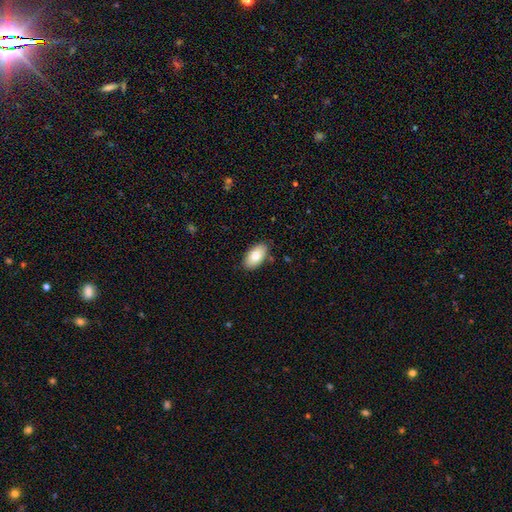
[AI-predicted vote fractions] smooth_or_featured: smooth (p=0.79) [alt: featured or disk p=0.15]
how_rounded: in between (p=0.94) [alt: round p=0.04]
merging: none (p=0.85) [alt: minor disturbance p=0.11]